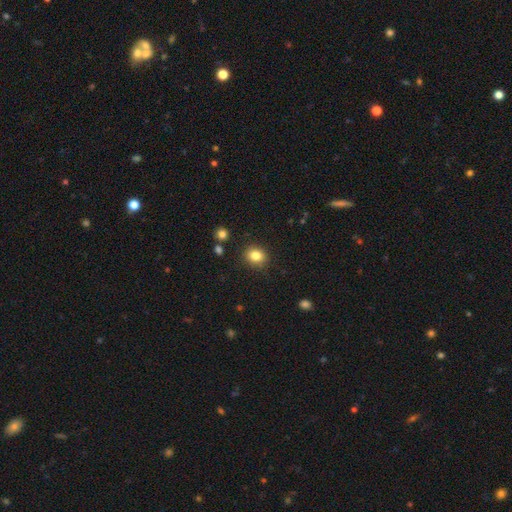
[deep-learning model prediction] Morphology: type=smooth (83%); roundness=round (65%); merging=none (87%).